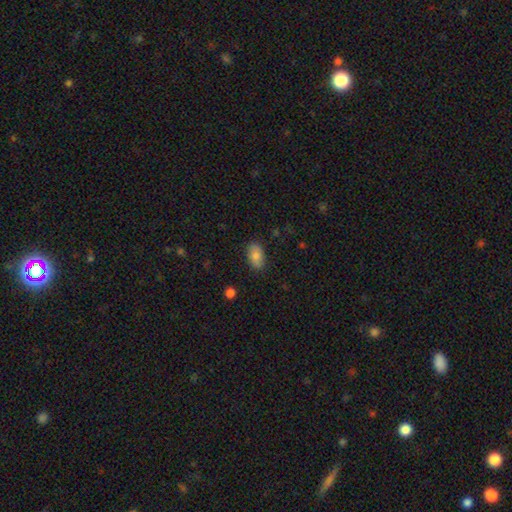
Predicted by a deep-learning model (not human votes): Smooth or featured? smooth (82%)
How rounded? in between (92%)
Merging? none (85%)